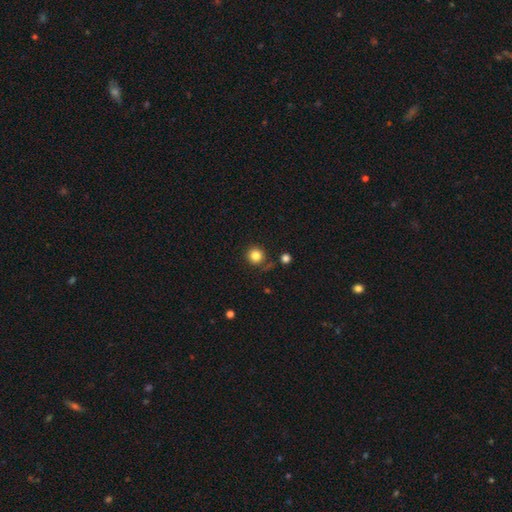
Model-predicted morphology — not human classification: Overall: smooth (83%). How rounded: round (93%). Merging: none (82%).